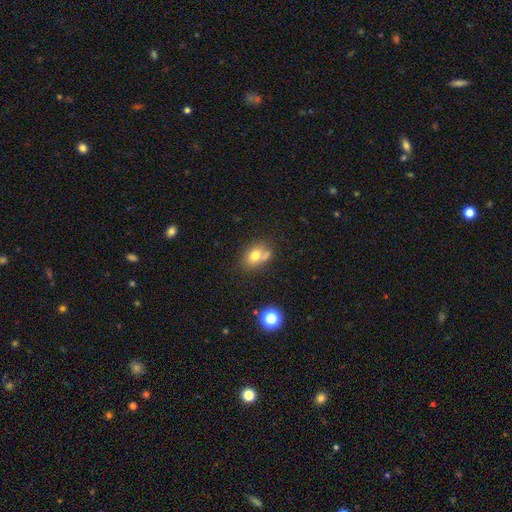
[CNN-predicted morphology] Smooth or featured: smooth — 73% (featured or disk — 15%)
How rounded: in between — 63% (round — 36%)
Merging: none — 52% (merger — 25%)